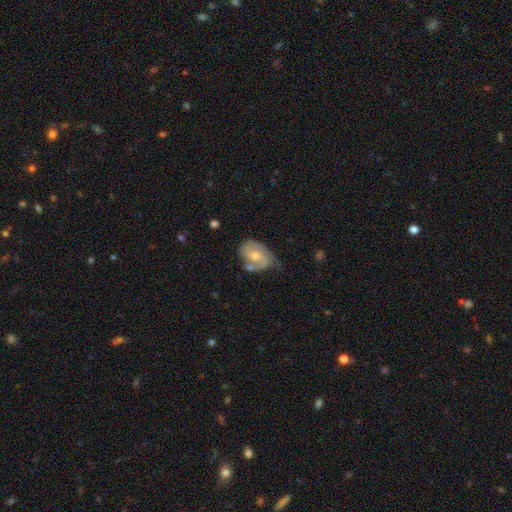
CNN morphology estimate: Smooth or featured? Predicted: featured or disk (p=0.76). Edge-on disk? Predicted: no (p=0.97). Bar? Predicted: no (p=0.47). Spiral arms? Predicted: yes (p=0.93). Spiral winding? Predicted: medium (p=0.46). Spiral arm count? Predicted: 2 (p=0.71). Bulge size? Predicted: moderate (p=0.49). Merging? Predicted: none (p=0.47).